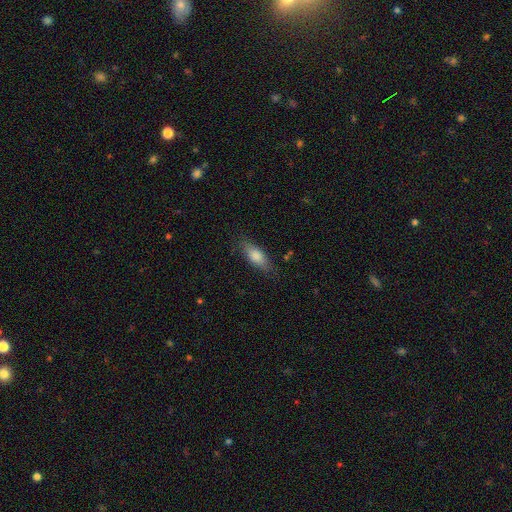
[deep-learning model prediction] The model was most divided on "how rounded": in between: 71%, cigar-shaped: 26%, round: 3%. More confident: merging — none (80%); smooth or featured — smooth (77%).